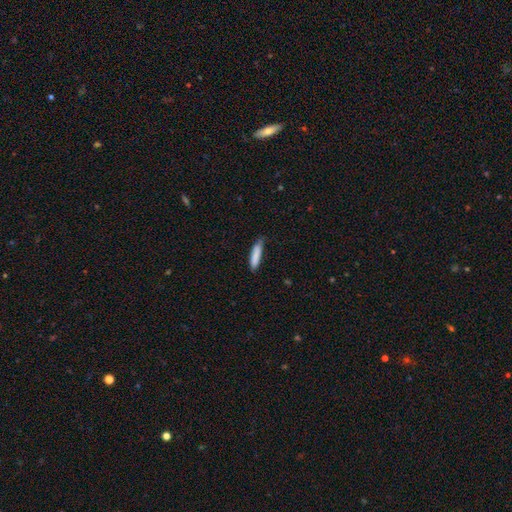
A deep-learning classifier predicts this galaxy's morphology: A smooth galaxy with no disk features (85%) that is cigar-shaped (81%).

Vote fractions:
- Smooth or featured? smooth: 85% / featured or disk: 9% / star or artifact: 6%
- How rounded? cigar-shaped: 81% / in between: 18% / round: 1%
- Merging? none: 70% / minor disturbance: 24% / major disturbance: 4% / merger: 2%